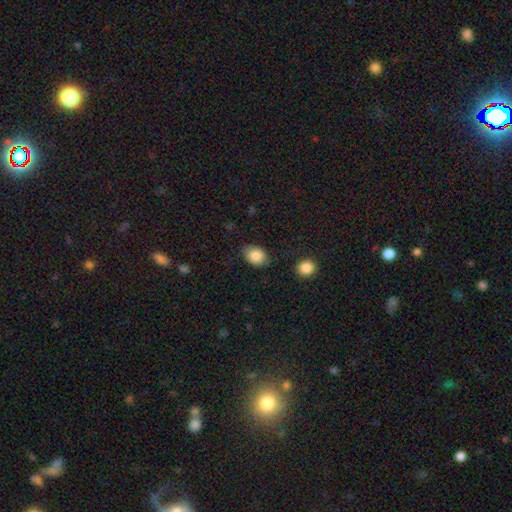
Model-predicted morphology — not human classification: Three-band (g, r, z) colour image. It shows a smooth galaxy with no disk features (85%) that is in between round and cigar-shaped (71%). Merging: none (79%).